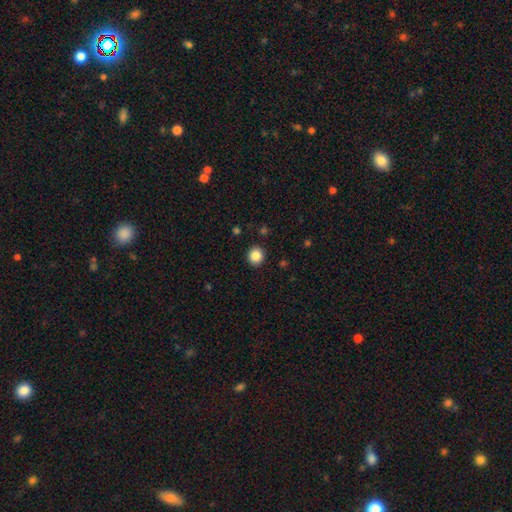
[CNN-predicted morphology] A smooth galaxy with no disk features (86%) that is round (87%). Merging: none (92%).